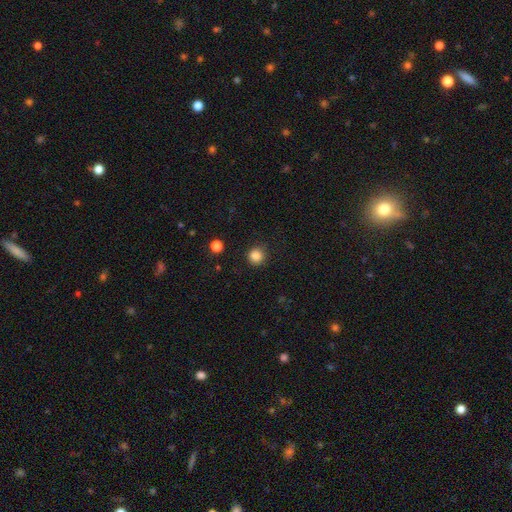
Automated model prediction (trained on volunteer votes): smooth 85%, star or artifact 11%, featured or disk 4%. Down the decision tree: how rounded — round (93%); merging — none (89%).